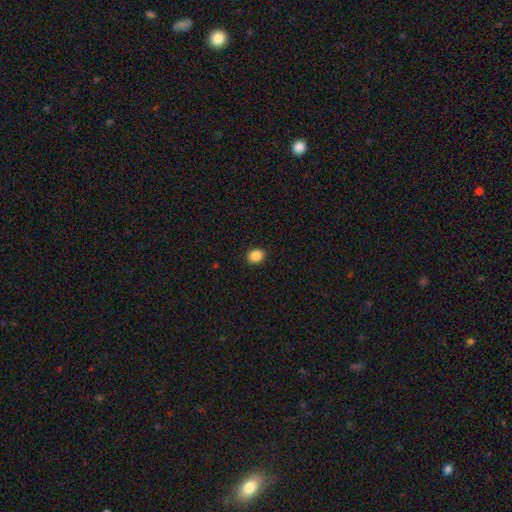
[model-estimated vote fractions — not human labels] Overall: smooth (88%). How rounded: round (52%; in between 47%). Merging: none (91%).